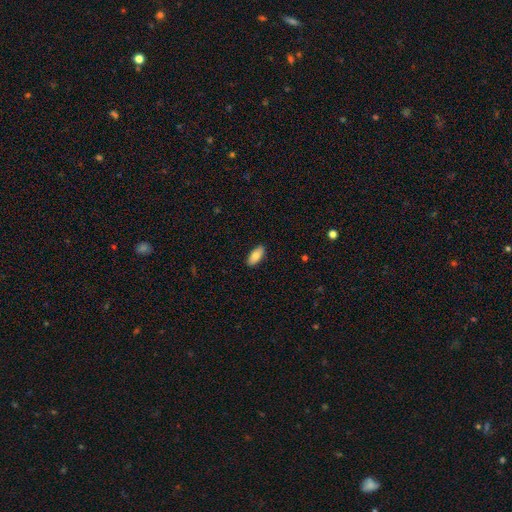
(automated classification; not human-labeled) smooth 84%, featured or disk 10%, star or artifact 6%. Down the decision tree: how rounded — in between (86%); merging — none (89%).